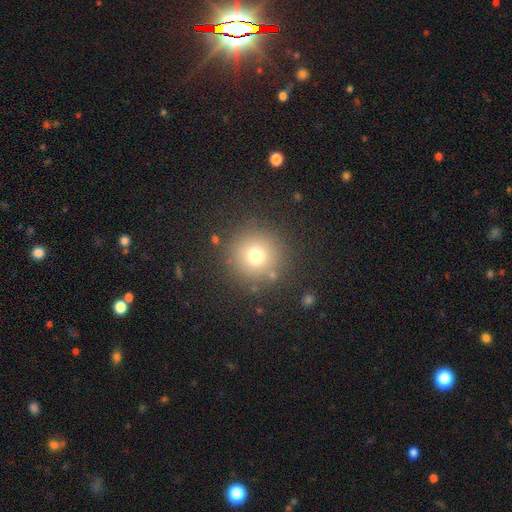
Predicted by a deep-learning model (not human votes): Morphology: type=smooth (73%); roundness=round (95%); merging=none (87%).